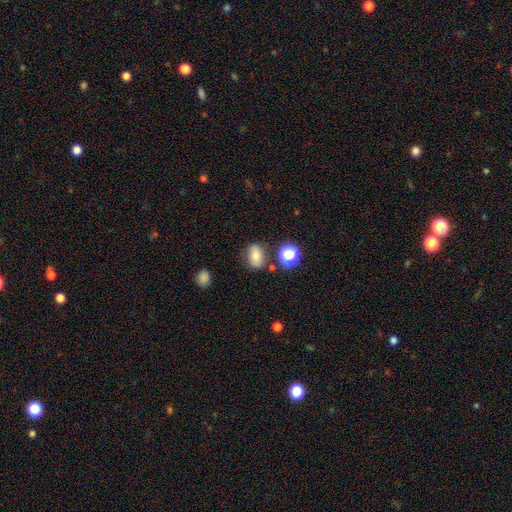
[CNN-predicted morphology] A smooth galaxy with no disk features (73%) that is in between round and cigar-shaped (76%).

Vote fractions:
- Smooth or featured? smooth: 73% / featured or disk: 13% / star or artifact: 13%
- How rounded? in between: 76% / round: 22% / cigar-shaped: 2%
- Merging? none: 75% / minor disturbance: 15% / merger: 6% / major disturbance: 5%